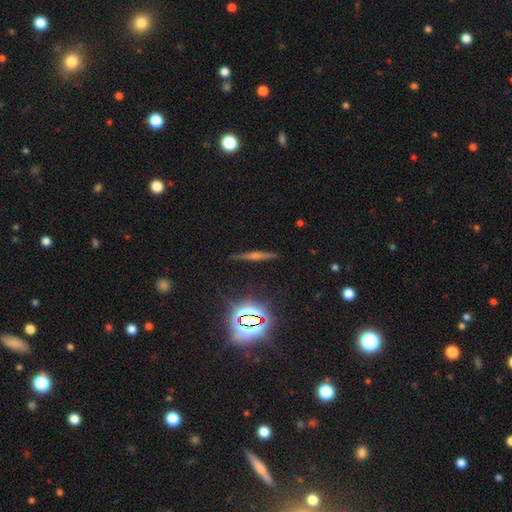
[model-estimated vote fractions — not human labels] smooth_or_featured: featured or disk (p=0.55) [alt: star or artifact p=0.23]
disk_edge_on: yes (p=0.96) [alt: no p=0.04]
edge_on_bulge: rounded (p=0.74) [alt: none p=0.14]
merging: none (p=0.89) [alt: minor disturbance p=0.08]